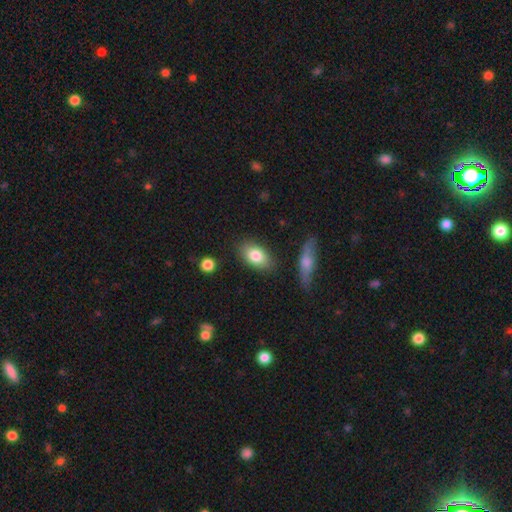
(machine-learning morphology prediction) A smooth galaxy with no disk features (80%) that is in between round and cigar-shaped (87%).

Vote fractions:
- Smooth or featured? smooth: 80% / featured or disk: 13% / star or artifact: 7%
- How rounded? in between: 87% / round: 10% / cigar-shaped: 3%
- Merging? none: 82% / minor disturbance: 12% / merger: 3% / major disturbance: 3%